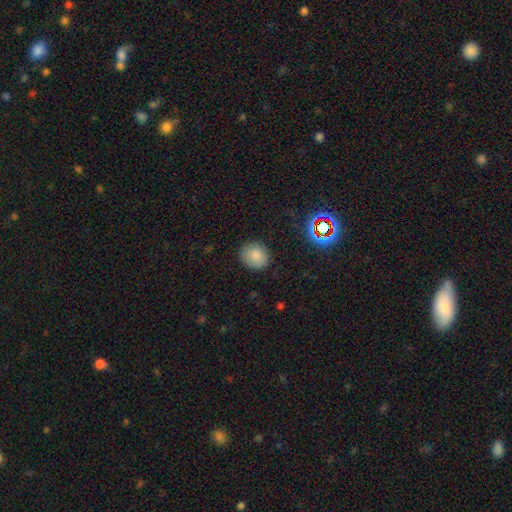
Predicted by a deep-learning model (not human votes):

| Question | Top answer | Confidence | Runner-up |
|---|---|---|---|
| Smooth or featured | smooth | 83% | star or artifact (11%) |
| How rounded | round | 76% | in between (23%) |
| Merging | none | 84% | minor disturbance (12%) |